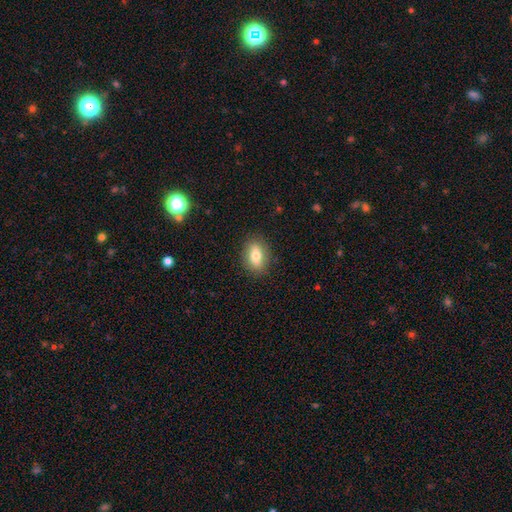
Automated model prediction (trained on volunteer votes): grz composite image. It shows a smooth galaxy with no disk features (77%) that is in between round and cigar-shaped (82%). Merging: none (86%).